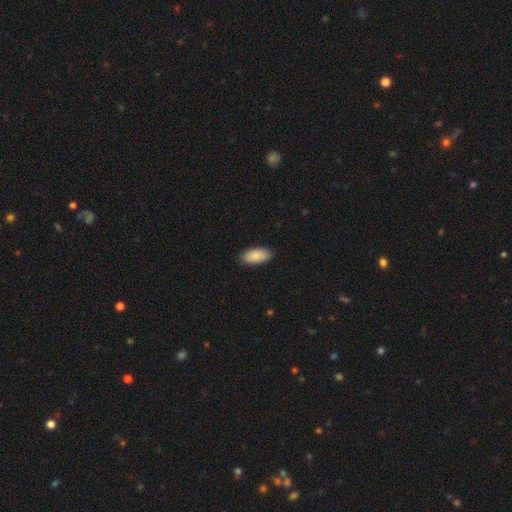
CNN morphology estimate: Overall: smooth (88%). How rounded: in between (93%). Merging: none (88%).